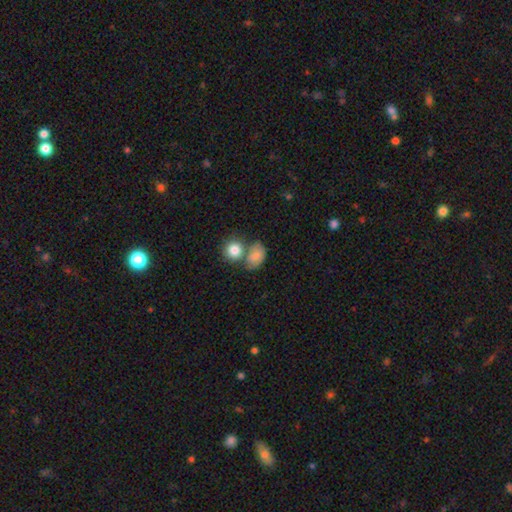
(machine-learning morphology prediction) Overall: smooth (78%). How rounded: in between (62%; round 37%). Merging: merger (41%; none 38%).